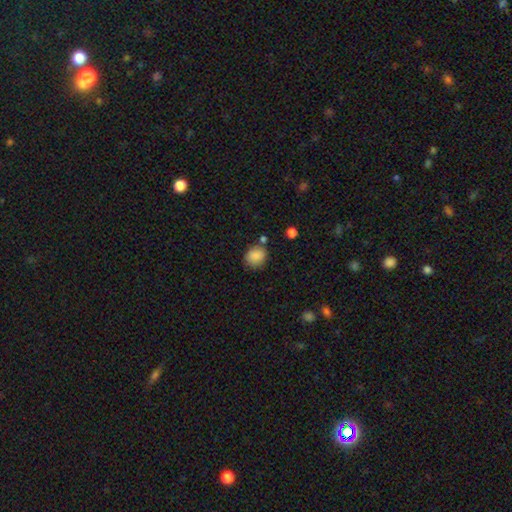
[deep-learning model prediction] Smooth or featured? Predicted: smooth (p=0.86). How rounded? Predicted: round (p=0.67). Merging? Predicted: none (p=0.73).